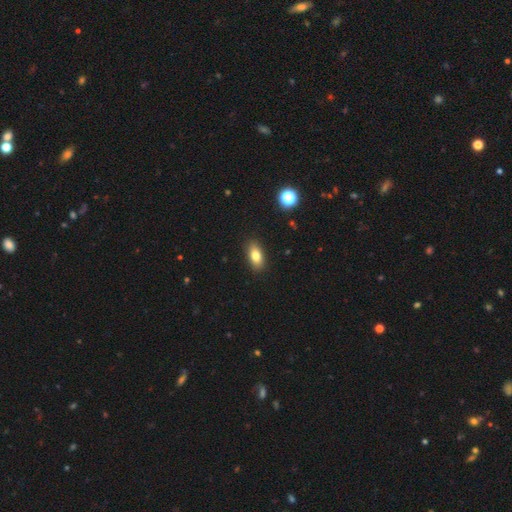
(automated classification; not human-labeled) The model was most divided on "smooth or featured": smooth: 80%, featured or disk: 11%, star or artifact: 9%. More confident: merging — none (89%); how rounded — in between (86%).